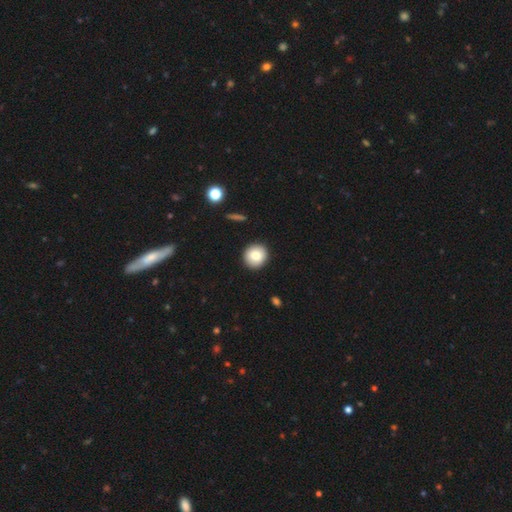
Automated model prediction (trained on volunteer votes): Q: Smooth or featured?
A: smooth (82%); runner-up: featured or disk (10%)
Q: How rounded?
A: round (91%); runner-up: in between (8%)
Q: Merging?
A: none (92%); runner-up: minor disturbance (6%)